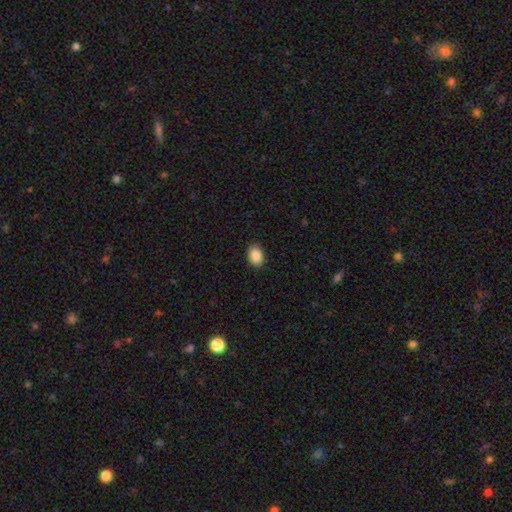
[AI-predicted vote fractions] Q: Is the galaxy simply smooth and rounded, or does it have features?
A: smooth — 90%.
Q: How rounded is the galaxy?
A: in between — 76%.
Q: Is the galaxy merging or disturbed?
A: none — 90%.